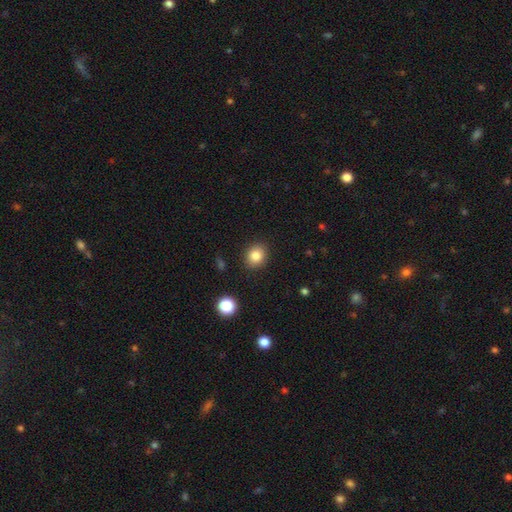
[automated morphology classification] Smooth or featured? Predicted: smooth (p=0.83). How rounded? Predicted: round (p=0.69). Merging? Predicted: none (p=0.89).